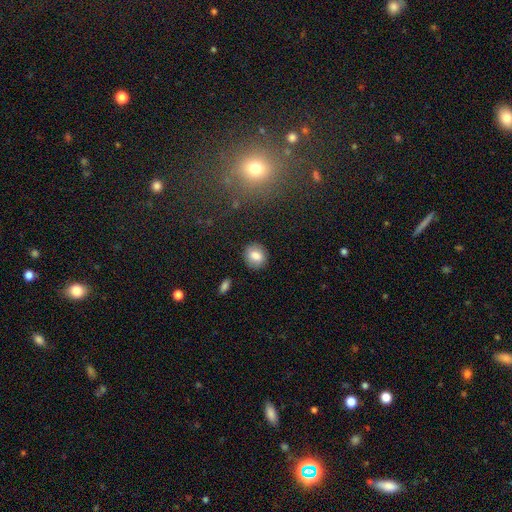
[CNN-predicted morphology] Q: Smooth or featured?
A: smooth (82%); runner-up: featured or disk (10%)
Q: How rounded?
A: round (67%); runner-up: in between (31%)
Q: Merging?
A: none (87%); runner-up: minor disturbance (9%)